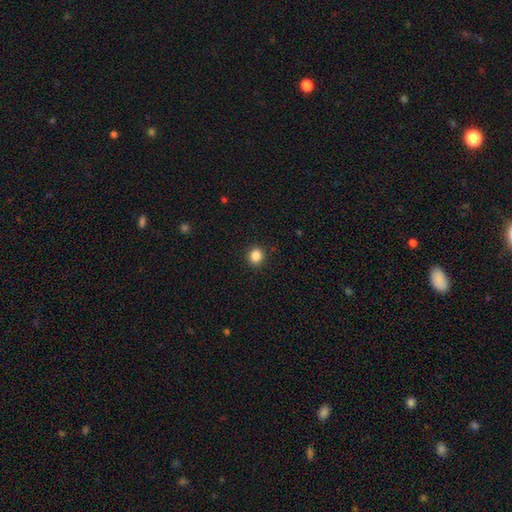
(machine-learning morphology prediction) This appears to be a smooth galaxy with no disk features (85%) that is round (84%). Merging: none (92%).